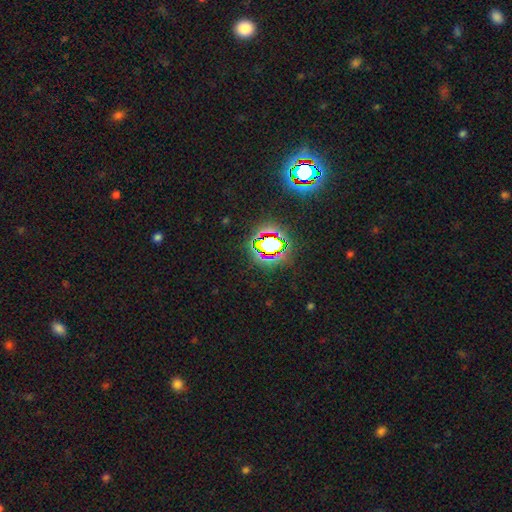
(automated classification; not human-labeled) Smooth or featured?
  - star or artifact: 81% *
  - smooth: 11%
  - featured or disk: 7%